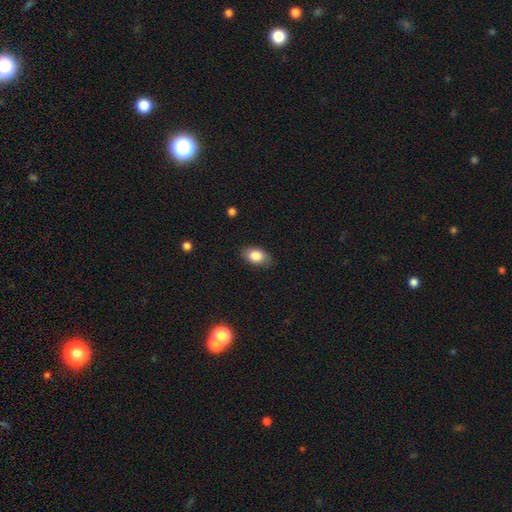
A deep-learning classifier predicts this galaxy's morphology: A smooth galaxy with no disk features (83%) that is in between round and cigar-shaped (90%). Merging: none (83%).